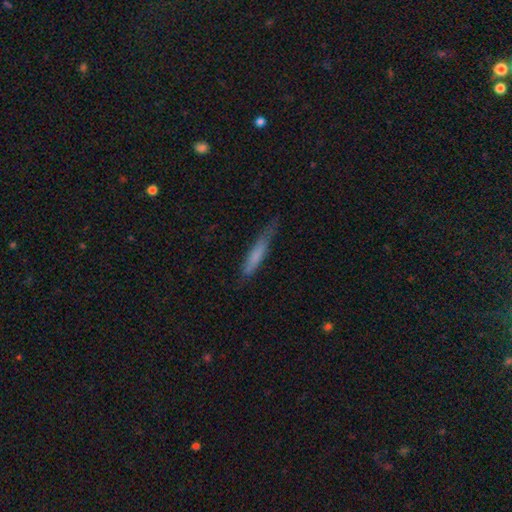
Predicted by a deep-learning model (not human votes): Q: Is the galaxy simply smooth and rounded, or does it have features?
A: smooth — 67%.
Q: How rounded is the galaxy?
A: cigar-shaped — 92%.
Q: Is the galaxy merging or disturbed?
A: none — 62%.